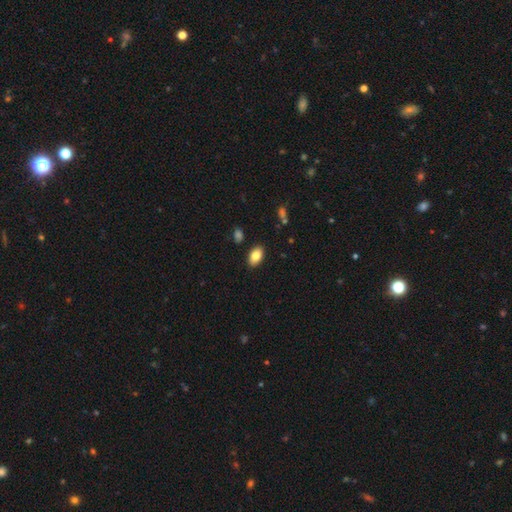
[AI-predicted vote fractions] This appears to be a smooth galaxy with no disk features (83%) that is in between round and cigar-shaped (92%). Merging: none (87%).